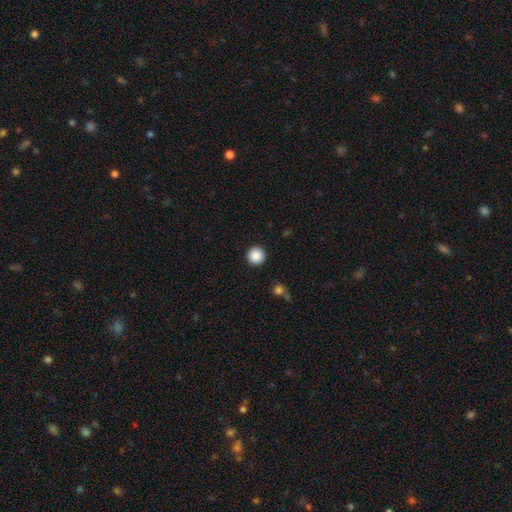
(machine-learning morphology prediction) smooth_or_featured: smooth (p=0.88) [alt: star or artifact p=0.09]
how_rounded: round (p=0.96) [alt: in between p=0.03]
merging: none (p=0.93) [alt: minor disturbance p=0.04]